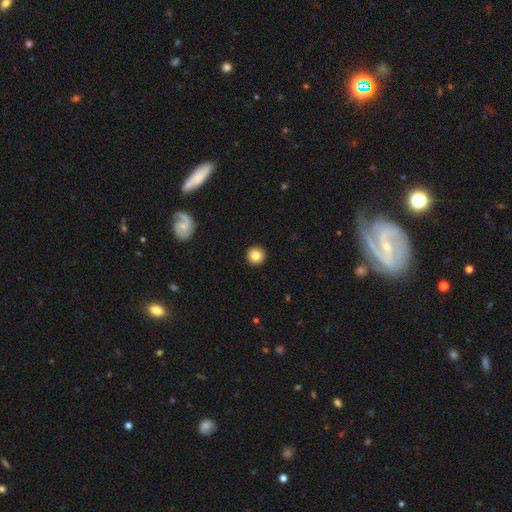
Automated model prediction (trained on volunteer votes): This is clearly a smooth galaxy (84%). How rounded: clearly round (96%). Merging: clearly none (93%).